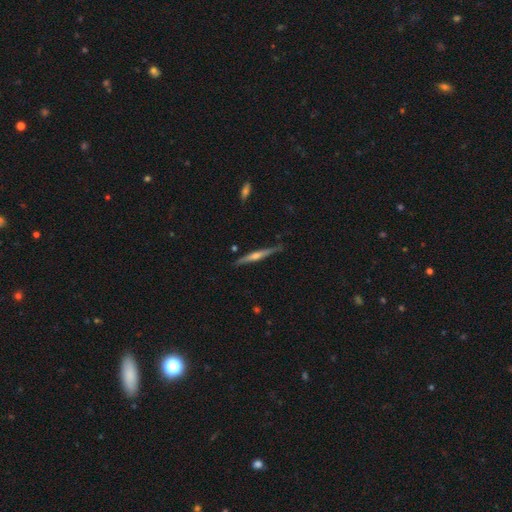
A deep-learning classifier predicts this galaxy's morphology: This appears to be a featured or disk galaxy (74%) viewed edge-on (98%) with a rounded central bulge (83%). Merging: none (85%).